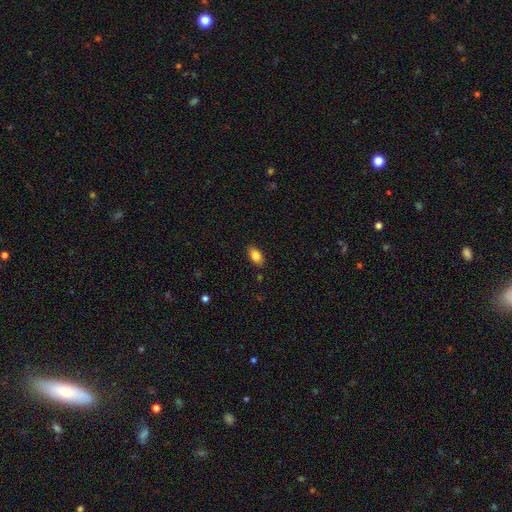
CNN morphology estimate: Smooth or featured? smooth (84%)
How rounded? in between (89%)
Merging? none (86%)